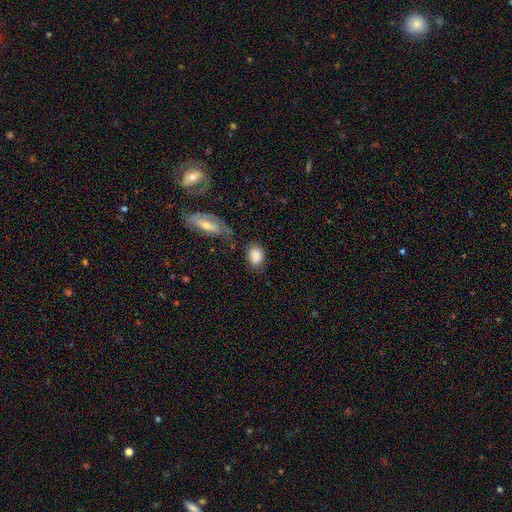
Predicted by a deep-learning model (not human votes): This is clearly a smooth galaxy (84%). How rounded: likely in between (74%). Merging: likely none (65%).